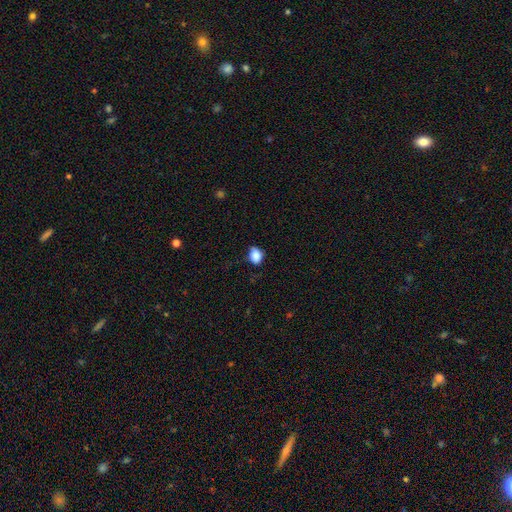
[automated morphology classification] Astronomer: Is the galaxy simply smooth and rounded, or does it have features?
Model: smooth — 86%.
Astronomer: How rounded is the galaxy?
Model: in between — 64%.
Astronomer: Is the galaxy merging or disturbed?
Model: none — 61%.